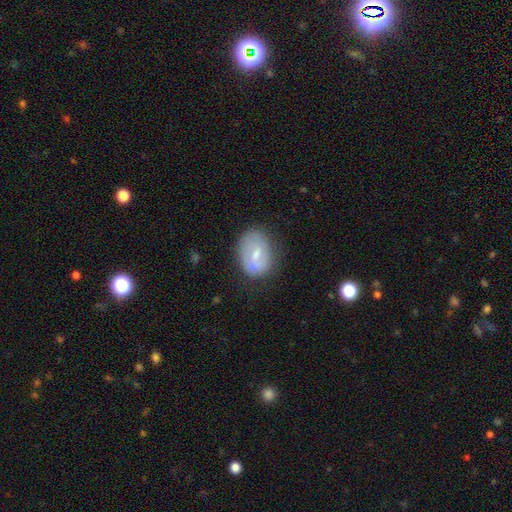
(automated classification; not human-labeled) Overall: smooth (53%; featured or disk 40%). How rounded: in between (69%; round 30%). Merging: none (67%).